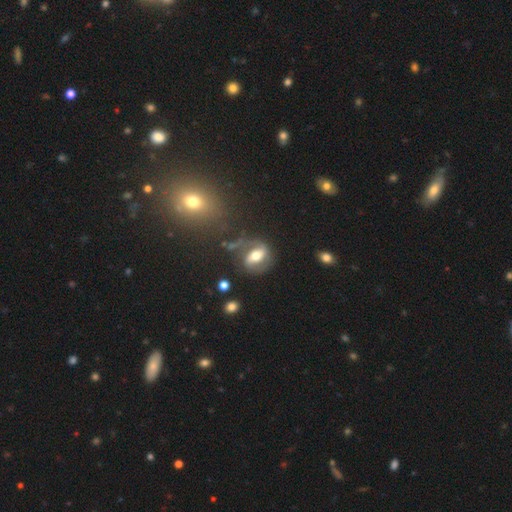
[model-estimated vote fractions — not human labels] Smooth or featured?
  - featured or disk: 69% *
  - smooth: 23%
  - star or artifact: 7%
Edge-on disk?
  - no: 92% *
  - yes: 8%
Bar?
  - strong: 51% *
  - weak: 29%
  - no: 20%
Spiral arms?
  - yes: 76% *
  - no: 24%
Bulge size?
  - moderate: 68% *
  - large: 17%
  - small: 13%
  - dominant: 2%
  - none: 1%
Merging?
  - none: 64% *
  - minor disturbance: 18%
  - major disturbance: 13%
  - merger: 5%